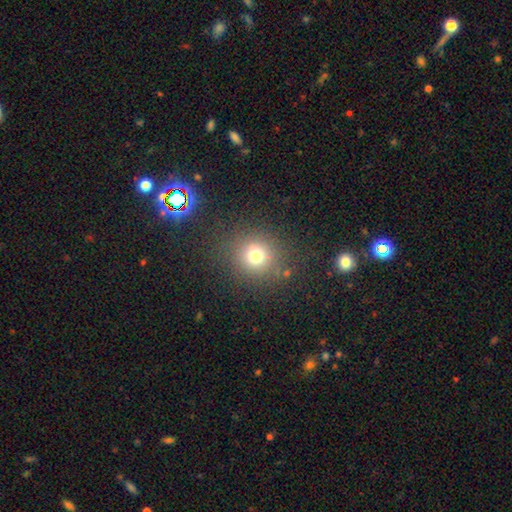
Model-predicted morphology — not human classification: Smooth or featured? smooth (73%)
How rounded? round (90%)
Merging? none (83%)